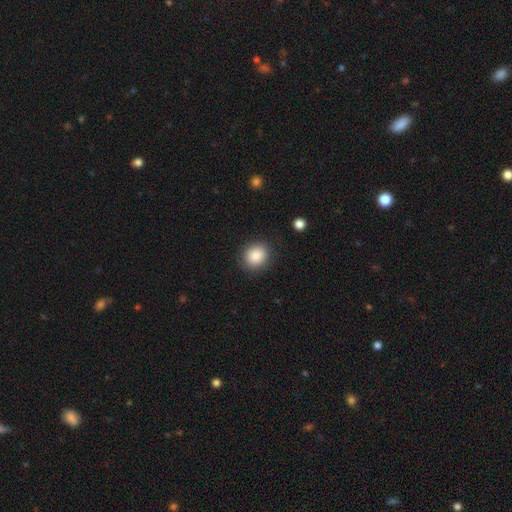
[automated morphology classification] Q: Smooth or featured?
A: smooth (87%); runner-up: star or artifact (8%)
Q: How rounded?
A: round (70%); runner-up: in between (29%)
Q: Merging?
A: none (86%); runner-up: minor disturbance (10%)